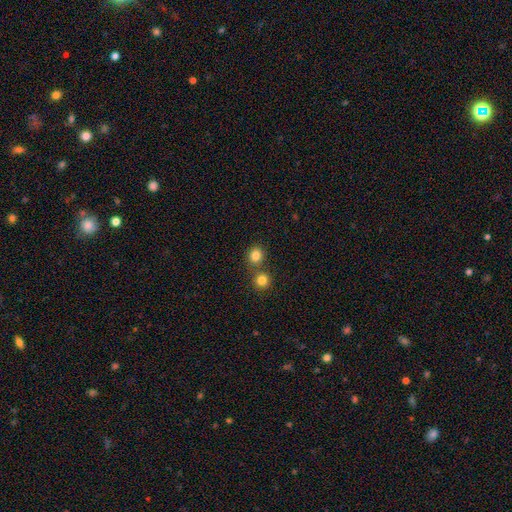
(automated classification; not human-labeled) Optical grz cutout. It shows a smooth galaxy with no disk features (82%) that is round (84%). Merging: none (69%).